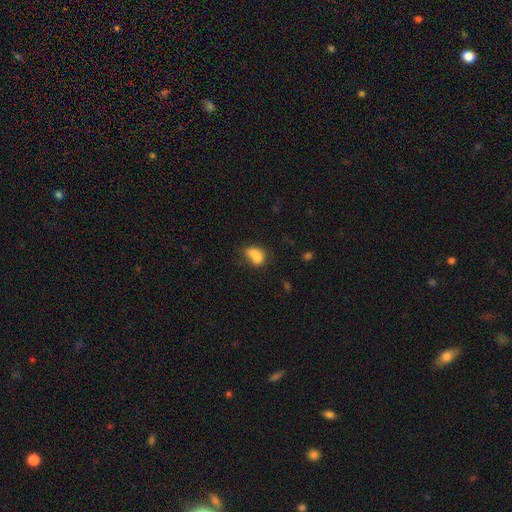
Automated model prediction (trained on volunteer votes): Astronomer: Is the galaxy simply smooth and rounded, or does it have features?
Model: smooth — 75%.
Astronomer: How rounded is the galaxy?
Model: in between — 70%.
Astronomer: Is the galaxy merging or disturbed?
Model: merger — 45% (runner-up: none, 29%).